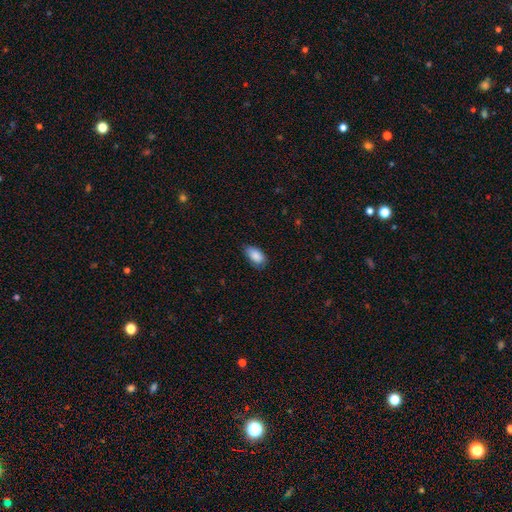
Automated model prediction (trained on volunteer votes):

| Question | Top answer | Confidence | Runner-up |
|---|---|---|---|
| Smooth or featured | smooth | 87% | star or artifact (7%) |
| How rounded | in between | 93% | round (4%) |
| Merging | none | 68% | minor disturbance (26%) |